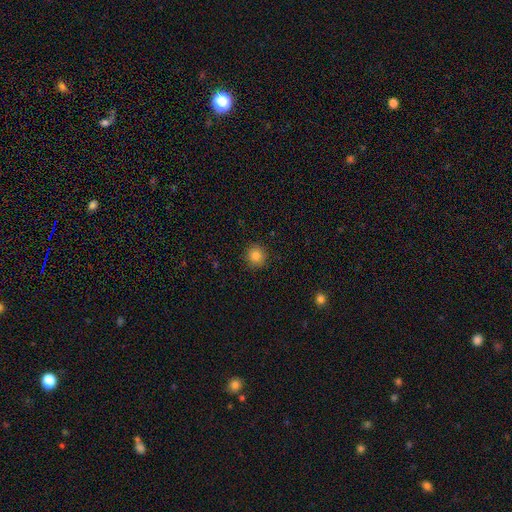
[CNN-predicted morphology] Q: Smooth or featured?
A: smooth (83%); runner-up: star or artifact (11%)
Q: How rounded?
A: round (92%); runner-up: in between (7%)
Q: Merging?
A: none (91%); runner-up: minor disturbance (6%)